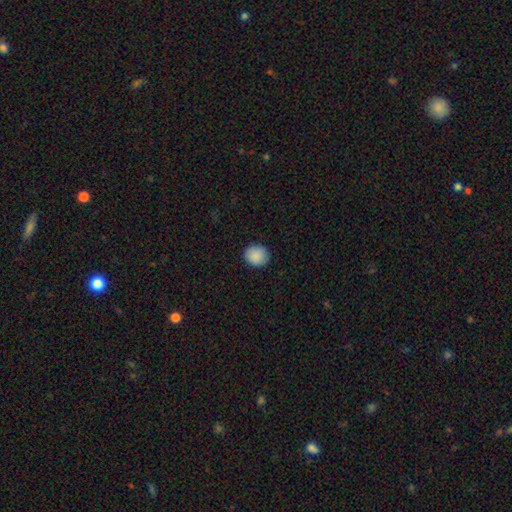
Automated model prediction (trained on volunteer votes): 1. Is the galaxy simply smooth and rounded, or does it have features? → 89% smooth, 8% star or artifact, 3% featured or disk.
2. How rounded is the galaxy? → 83% round, 16% in between, 1% cigar-shaped.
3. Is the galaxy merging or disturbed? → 89% none, 8% minor disturbance, 2% major disturbance, 1% merger.